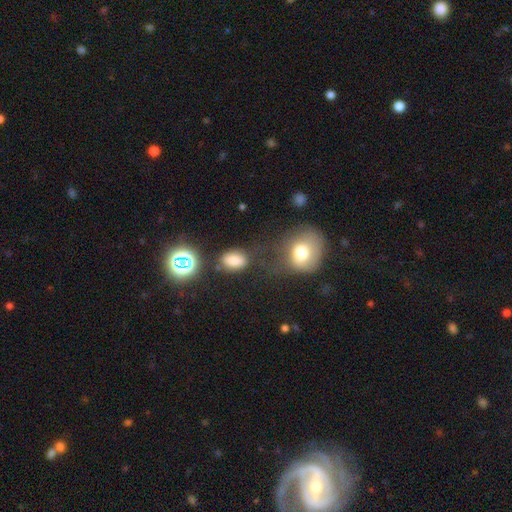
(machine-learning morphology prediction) Smooth or featured? smooth (47%)
Merging? none (59%)